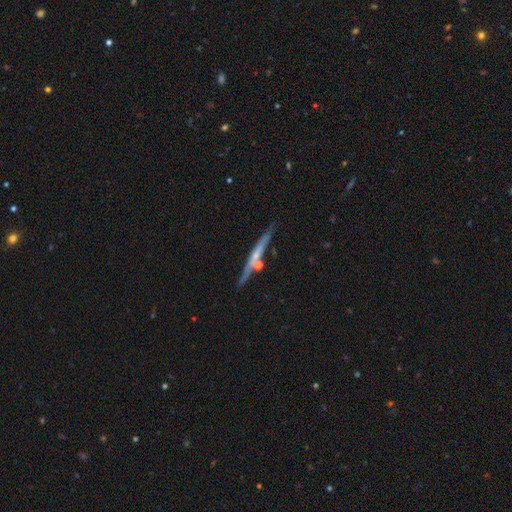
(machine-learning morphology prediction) A featured or disk galaxy (62%) viewed edge-on (95%) with no central bulge (49%). Merging: none (78%).